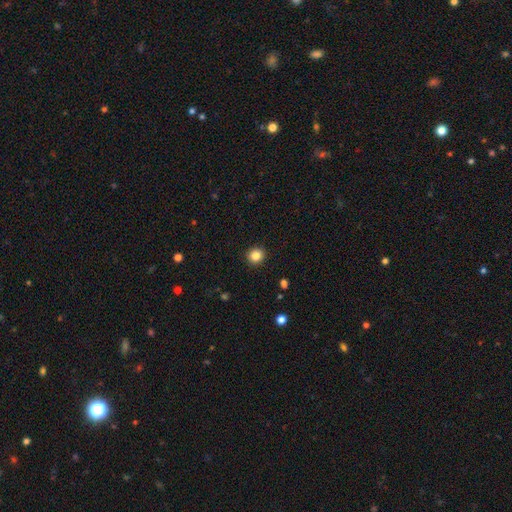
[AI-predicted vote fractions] smooth_or_featured: smooth (p=0.85) [alt: star or artifact p=0.10]
how_rounded: round (p=0.89) [alt: in between p=0.10]
merging: none (p=0.92) [alt: minor disturbance p=0.06]